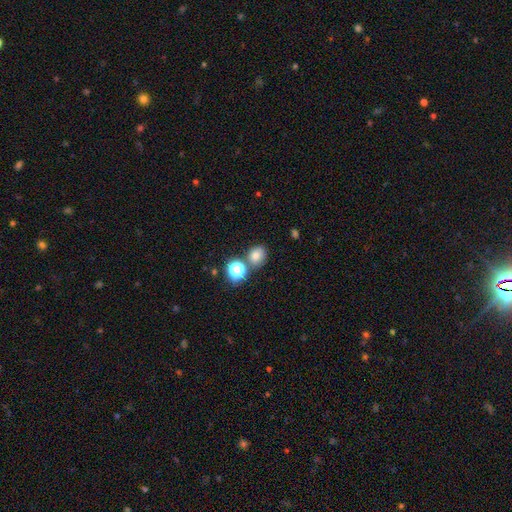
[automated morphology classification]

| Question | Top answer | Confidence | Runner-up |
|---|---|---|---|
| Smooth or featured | smooth | 73% | star or artifact (18%) |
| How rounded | round | 70% | in between (29%) |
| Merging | none | 72% | merger (15%) |